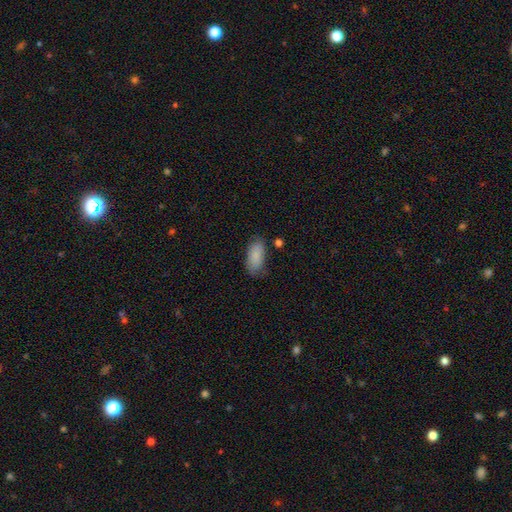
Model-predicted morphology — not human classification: A smooth galaxy with no disk features (87%) that is in between round and cigar-shaped (92%).

Vote fractions:
- Smooth or featured? smooth: 87% / star or artifact: 6% / featured or disk: 6%
- How rounded? in between: 92% / cigar-shaped: 6% / round: 2%
- Merging? none: 76% / minor disturbance: 18% / major disturbance: 4% / merger: 3%